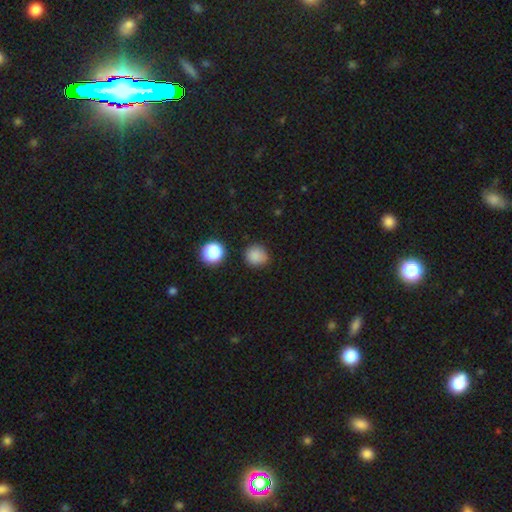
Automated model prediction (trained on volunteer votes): The model was most divided on "merging": none: 81%, minor disturbance: 12%, merger: 3%, major disturbance: 3%. More confident: how rounded — round (88%); smooth or featured — smooth (84%).